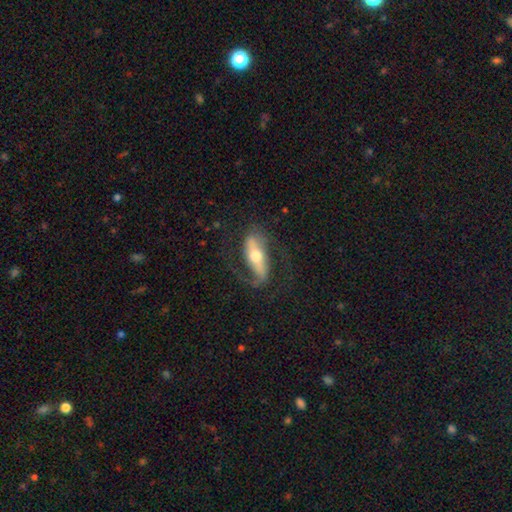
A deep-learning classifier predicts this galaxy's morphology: A featured or disk galaxy (71%).

Vote fractions:
- Smooth or featured? featured or disk: 71% / smooth: 24% / star or artifact: 6%
- Edge-on disk? no: 70% / yes: 30%
- Merging? none: 67% / minor disturbance: 17% / major disturbance: 15% / merger: 2%